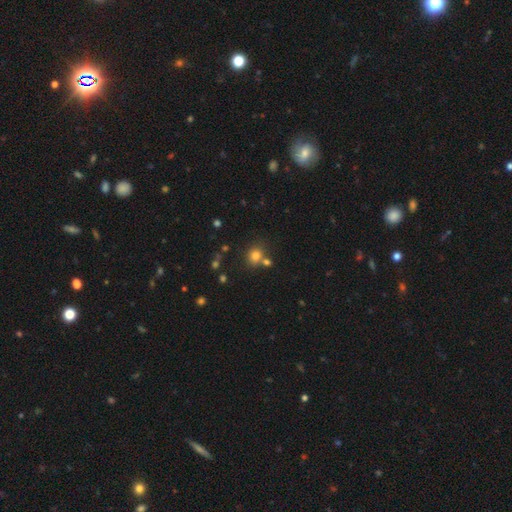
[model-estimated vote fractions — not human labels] A smooth galaxy with no disk features (76%) that is round (77%).

Vote fractions:
- Smooth or featured? smooth: 76% / star or artifact: 15% / featured or disk: 9%
- How rounded? round: 77% / in between: 22% / cigar-shaped: 1%
- Merging? none: 66% / merger: 20% / minor disturbance: 10% / major disturbance: 3%